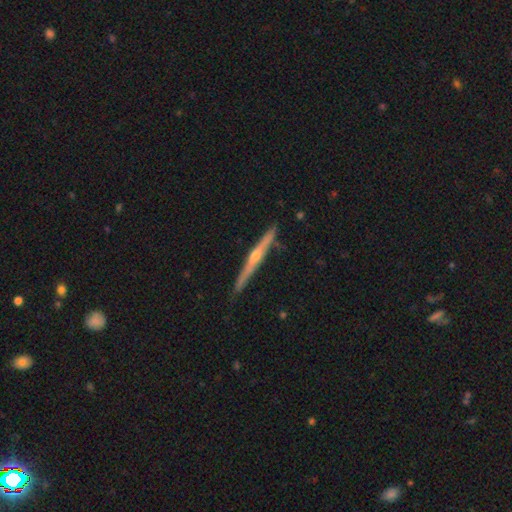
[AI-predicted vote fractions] This is clearly a featured or disk galaxy (82%). It is clearly viewed edge-on (98%). Edge-on bulge: clearly rounded (87%). Merging: clearly none (89%).